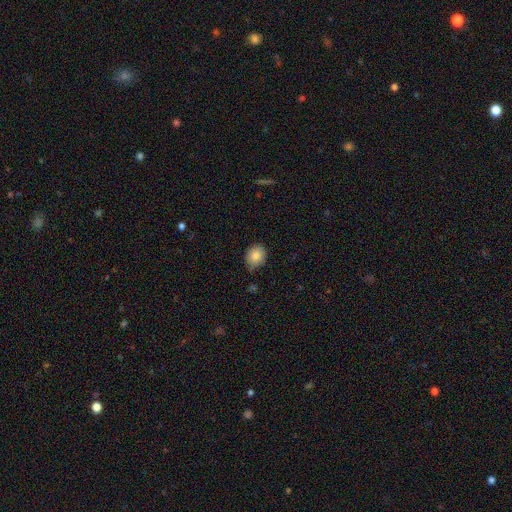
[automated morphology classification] Smooth or featured? Predicted: smooth (p=0.83). How rounded? Predicted: round (p=0.69). Merging? Predicted: none (p=0.73).